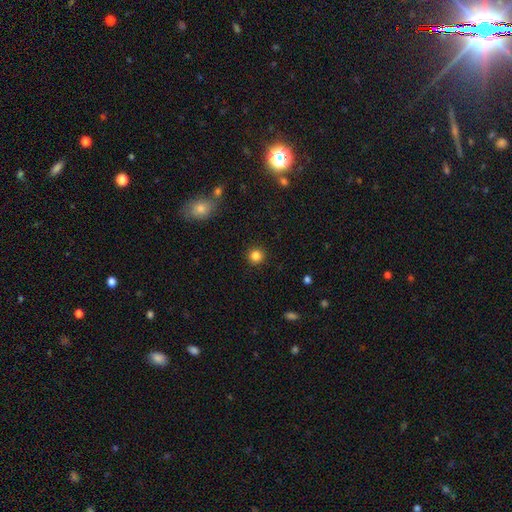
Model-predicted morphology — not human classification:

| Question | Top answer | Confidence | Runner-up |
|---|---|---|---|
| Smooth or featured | smooth | 84% | star or artifact (12%) |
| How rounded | round | 94% | in between (5%) |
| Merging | none | 92% | minor disturbance (5%) |